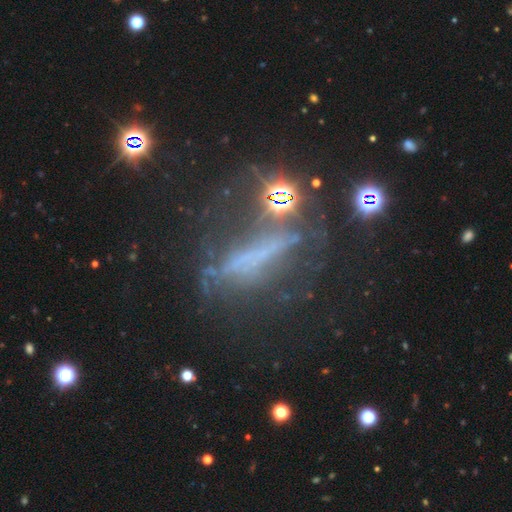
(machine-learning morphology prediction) A featured or disk galaxy (49%). Merging: none (46%).